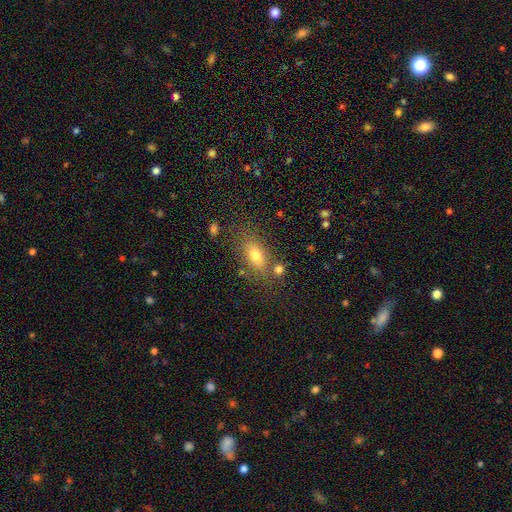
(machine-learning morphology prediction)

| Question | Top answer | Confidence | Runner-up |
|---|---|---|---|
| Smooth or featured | smooth | 73% | featured or disk (16%) |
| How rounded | in between | 81% | round (11%) |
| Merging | none | 69% | minor disturbance (15%) |